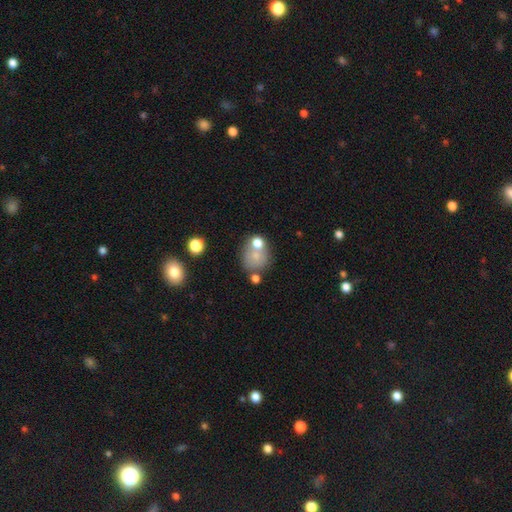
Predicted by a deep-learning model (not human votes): smooth_or_featured: smooth (p=0.67) [alt: featured or disk p=0.21]
how_rounded: round (p=0.71) [alt: in between p=0.28]
merging: none (p=0.44) [alt: merger p=0.34]